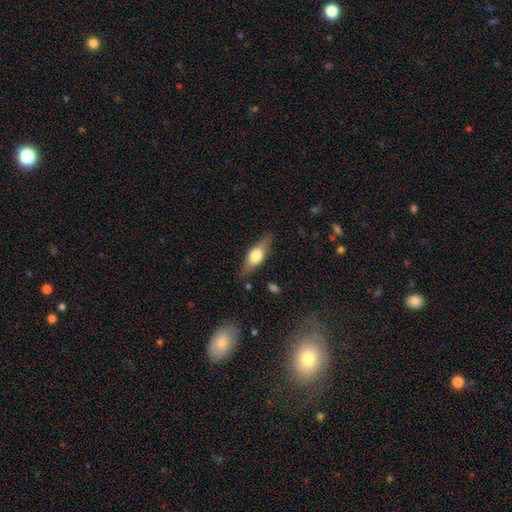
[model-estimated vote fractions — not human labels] Smooth or featured? Predicted: smooth (p=0.50). Merging? Predicted: none (p=0.82).